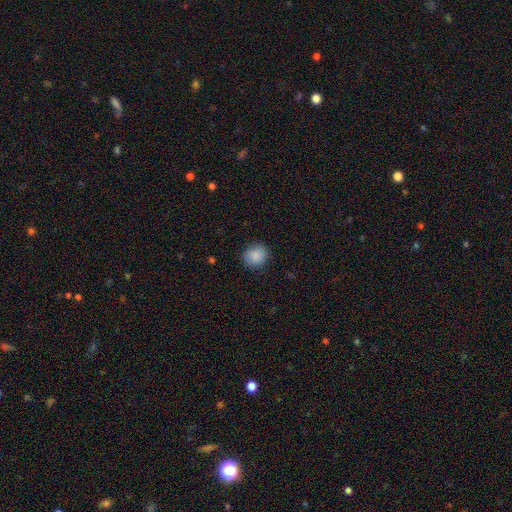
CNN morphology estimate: smooth-or-featured: smooth: 87% | star or artifact: 8% | featured or disk: 5%
  how-rounded: round: 81% | in between: 18% | cigar-shaped: 1%
  merging: none: 87% | minor disturbance: 9% | major disturbance: 3% | merger: 1%